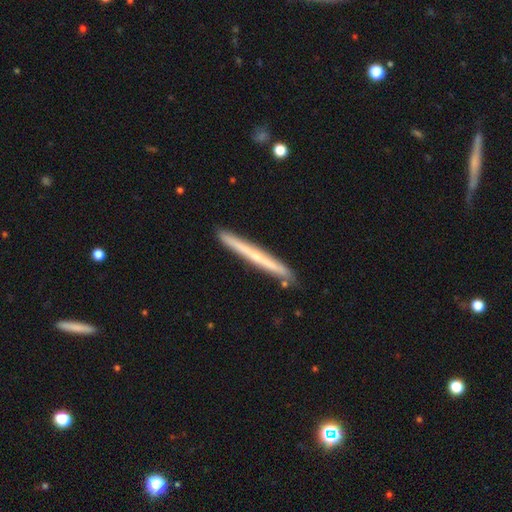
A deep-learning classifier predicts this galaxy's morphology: Overall: featured or disk (54%; smooth 39%). Edge-on disk: yes (95%). Edge-on bulge: none (68%). Merging: none (88%).